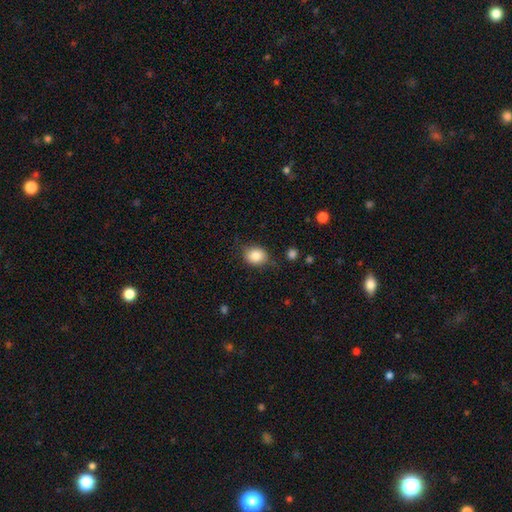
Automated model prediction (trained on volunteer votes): A smooth galaxy with no disk features (84%) that is round (54%).

Vote fractions:
- Smooth or featured? smooth: 84% / star or artifact: 9% / featured or disk: 7%
- How rounded? round: 54% / in between: 45% / cigar-shaped: 1%
- Merging? none: 76% / minor disturbance: 18% / major disturbance: 5% / merger: 2%